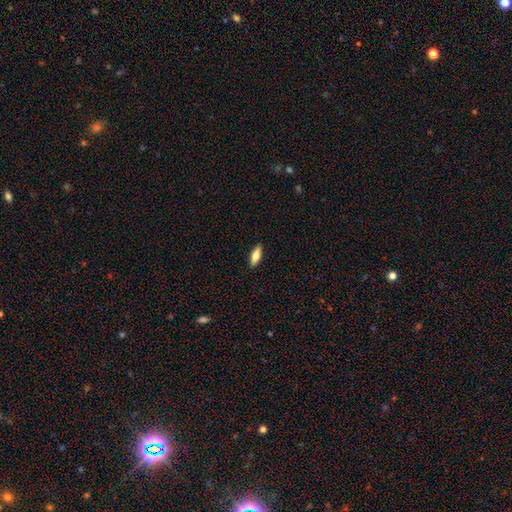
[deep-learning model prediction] Smooth or featured? smooth (74%)
How rounded? in between (61%)
Merging? none (89%)